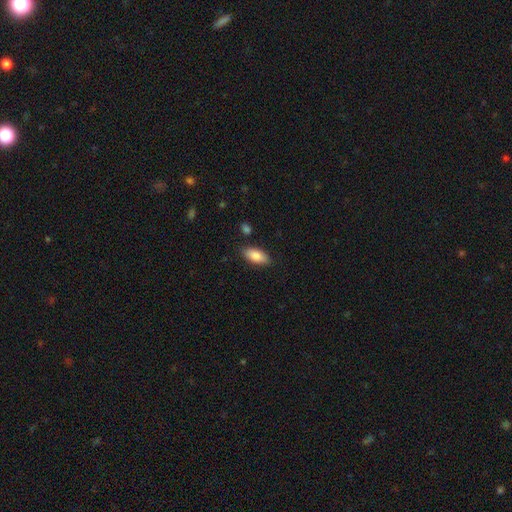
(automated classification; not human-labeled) Smooth or featured? Predicted: smooth (p=0.84). How rounded? Predicted: in between (p=0.88). Merging? Predicted: none (p=0.85).